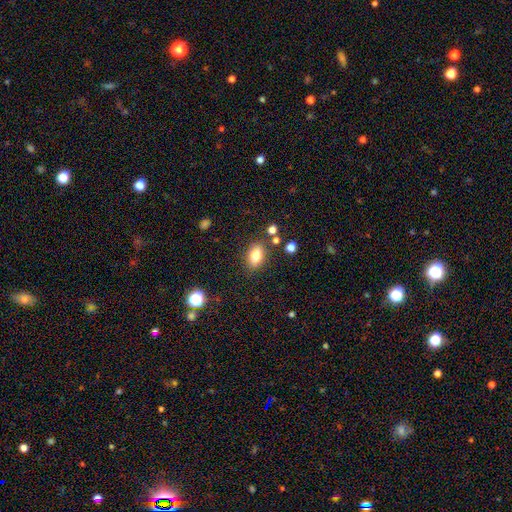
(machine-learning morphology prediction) This is clearly a smooth galaxy (80%). How rounded: clearly in between (83%). Merging: clearly none (81%).